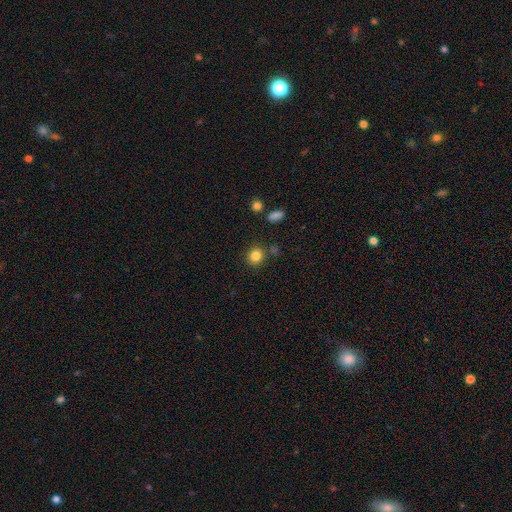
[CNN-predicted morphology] This appears to be a smooth galaxy with no disk features (84%) that is round (84%). Merging: none (84%).